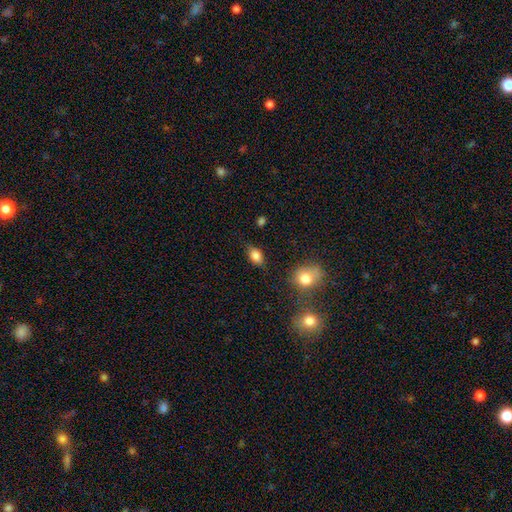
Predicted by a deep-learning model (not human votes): Smooth or featured: smooth — 82% (star or artifact — 9%)
How rounded: in between — 80% (round — 16%)
Merging: none — 73% (minor disturbance — 19%)